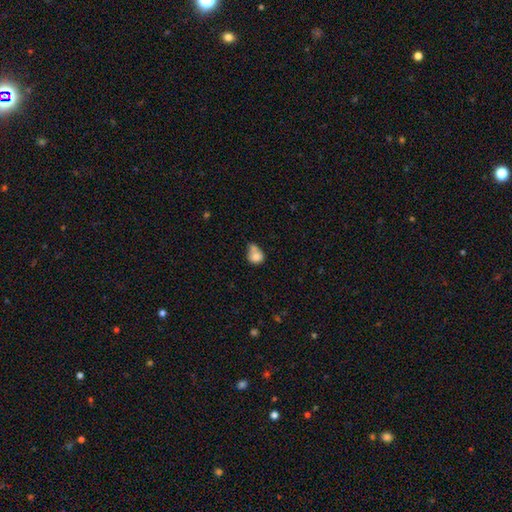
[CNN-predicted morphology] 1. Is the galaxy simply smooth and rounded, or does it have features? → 78% smooth, 13% featured or disk, 9% star or artifact.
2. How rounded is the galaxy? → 61% round, 38% in between, 1% cigar-shaped.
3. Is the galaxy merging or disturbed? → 45% merger, 27% none, 19% minor disturbance, 9% major disturbance.